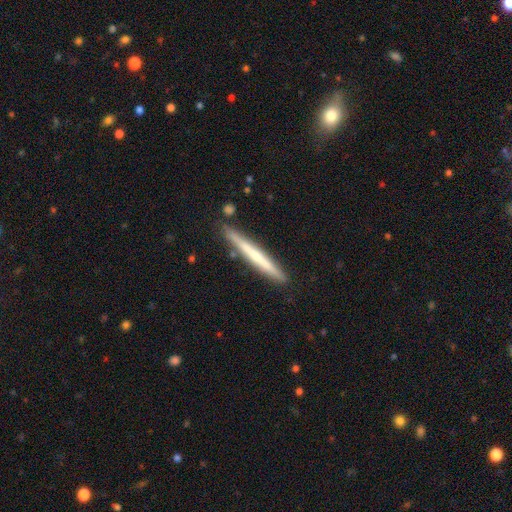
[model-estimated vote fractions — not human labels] Overall: featured or disk (51%; smooth 44%). Edge-on disk: yes (96%). Merging: none (87%).